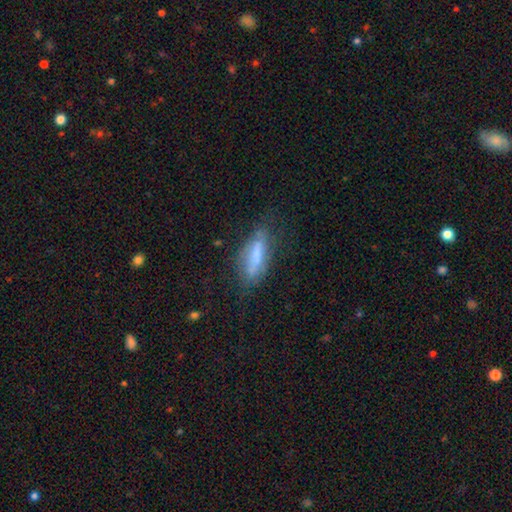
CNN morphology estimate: A smooth galaxy with no disk features (59%) that is in between round and cigar-shaped (53%). Merging: none (56%).